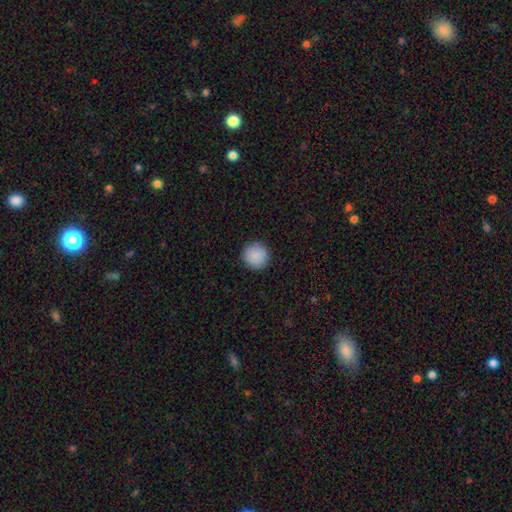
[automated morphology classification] smooth 89%, star or artifact 7%, featured or disk 3%. Down the decision tree: how rounded — round (96%); merging — none (92%).